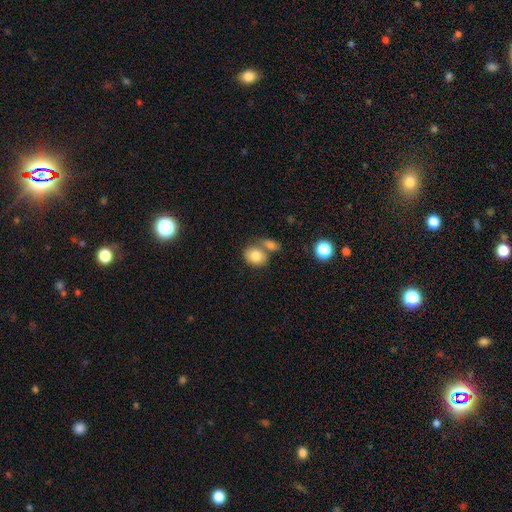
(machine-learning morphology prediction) This appears to be a smooth galaxy with no disk features (81%) that is in between round and cigar-shaped (50%). Merging: none (46%).